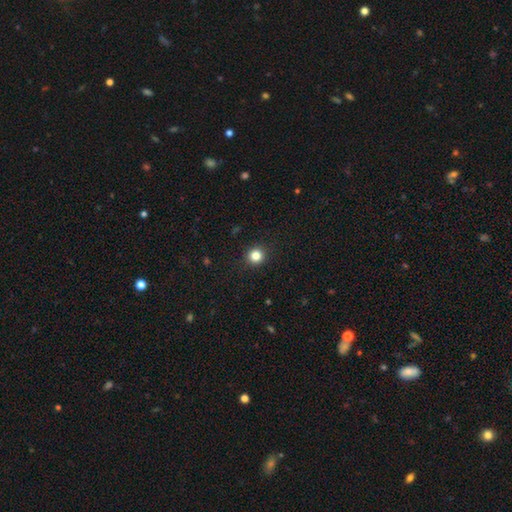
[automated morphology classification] smooth 83%, star or artifact 13%, featured or disk 5%. Down the decision tree: how rounded — round (94%); merging — none (92%).